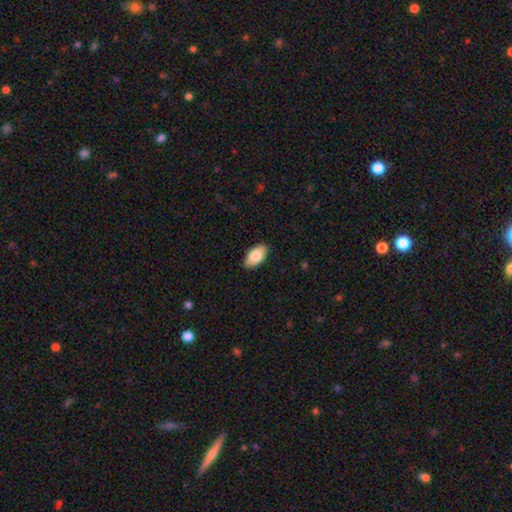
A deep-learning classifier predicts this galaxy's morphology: Smooth or featured? smooth (82%)
How rounded? in between (95%)
Merging? none (89%)